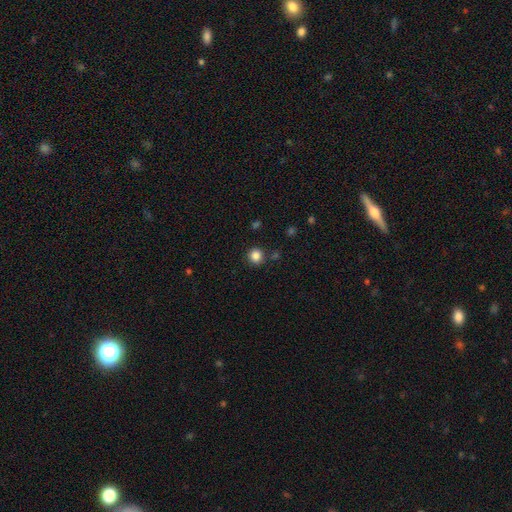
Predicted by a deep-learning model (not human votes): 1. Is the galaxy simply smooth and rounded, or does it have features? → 85% smooth, 11% star or artifact, 4% featured or disk.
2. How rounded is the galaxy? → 91% round, 8% in between, 1% cigar-shaped.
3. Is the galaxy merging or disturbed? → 87% none, 7% minor disturbance, 4% merger, 3% major disturbance.